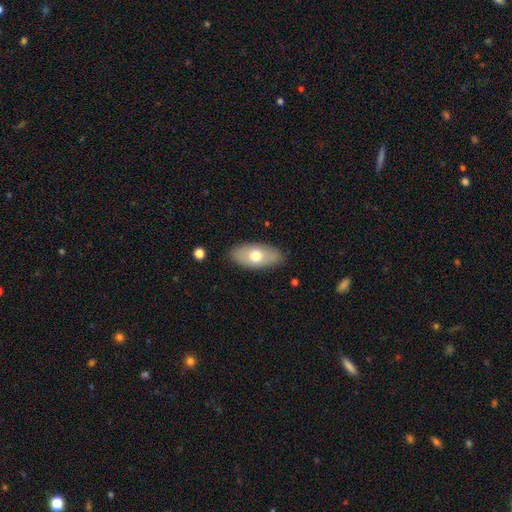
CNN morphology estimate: This is likely a smooth galaxy (66%). How rounded: clearly in between (90%). Merging: clearly none (84%).